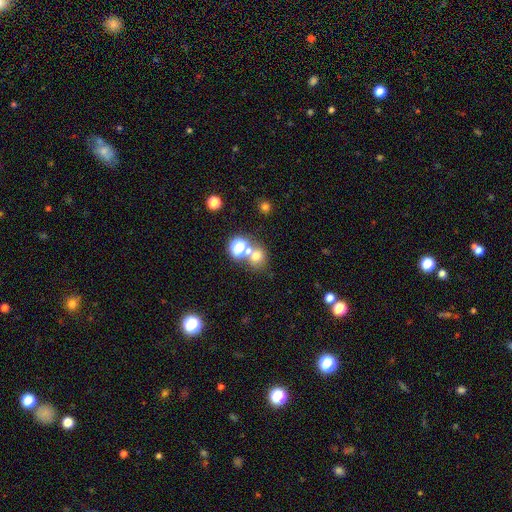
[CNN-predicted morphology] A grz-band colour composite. It shows a smooth galaxy with no disk features (67%) that is round (79%). Merging: none (58%).